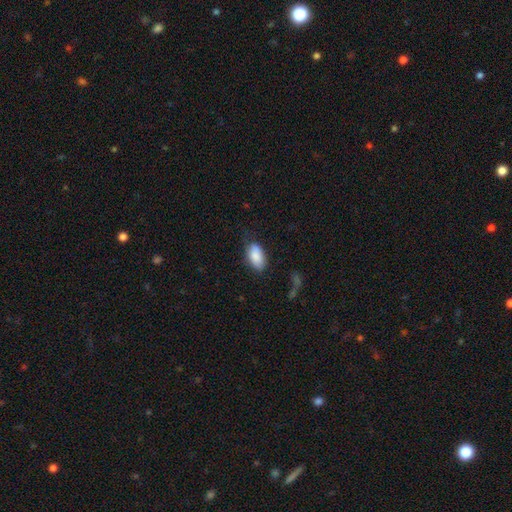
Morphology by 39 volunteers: A smooth galaxy with no disk features (90%) that is in between round and cigar-shaped (100%).

Vote fractions:
- Smooth or featured? smooth: 90% / featured or disk: 5% / star or artifact: 5%
- How rounded? in between: 100% / round: 0% / cigar-shaped: 0%
- Merging? none: 70% / minor disturbance: 22% / major disturbance: 8% / merger: 0%